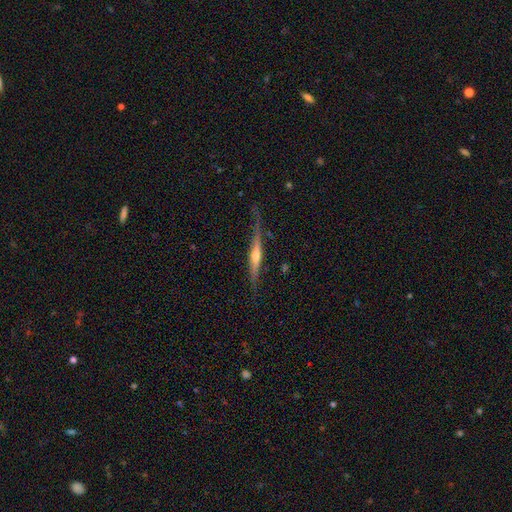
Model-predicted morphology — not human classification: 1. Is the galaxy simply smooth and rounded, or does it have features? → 72% featured or disk, 23% smooth, 6% star or artifact.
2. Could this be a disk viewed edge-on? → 96% yes, 4% no.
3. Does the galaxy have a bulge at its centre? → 82% rounded, 12% none, 6% boxy.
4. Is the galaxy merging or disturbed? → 68% none, 22% minor disturbance, 8% major disturbance, 3% merger.